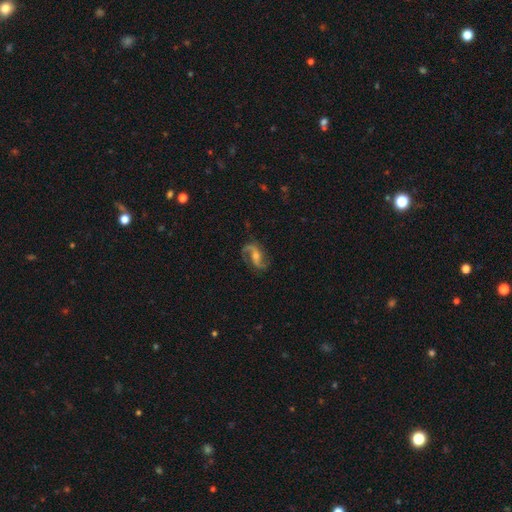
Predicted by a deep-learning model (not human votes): Smooth or featured: featured or disk — 86% (smooth — 7%)
Edge-on disk: no — 97% (yes — 3%)
Bar: weak — 43% (no — 37%)
Spiral arms: yes — 96% (no — 4%)
Spiral winding: loose — 50% (medium — 41%)
Spiral arm count: 2 — 89% (1 — 4%)
Bulge size: moderate — 52% (small — 37%)
Merging: none — 76% (minor disturbance — 14%)